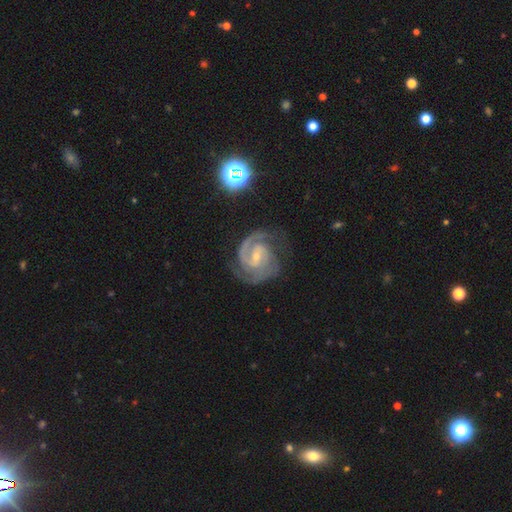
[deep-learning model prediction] Overall: featured or disk (91%). Edge-on disk: no (98%). Bar: weak (51%; no 28%). Spiral arms: yes (98%). Spiral arm count: 2 (75%). Spiral winding: tight (55%; medium 40%). Bulge size: small (70%). Merging: none (73%).